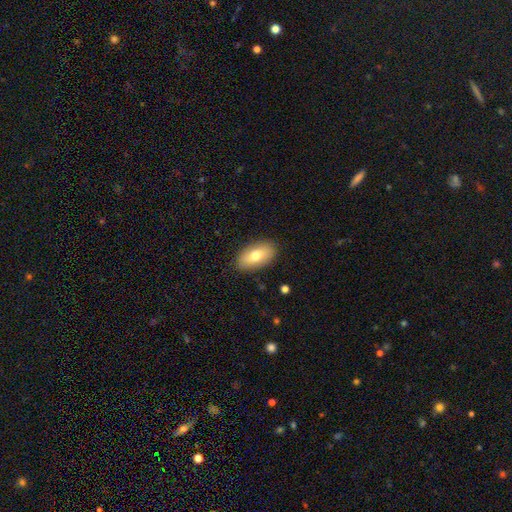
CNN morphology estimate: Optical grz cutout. It shows a smooth galaxy with no disk features (71%) that is in between round and cigar-shaped (91%). Merging: none (87%).